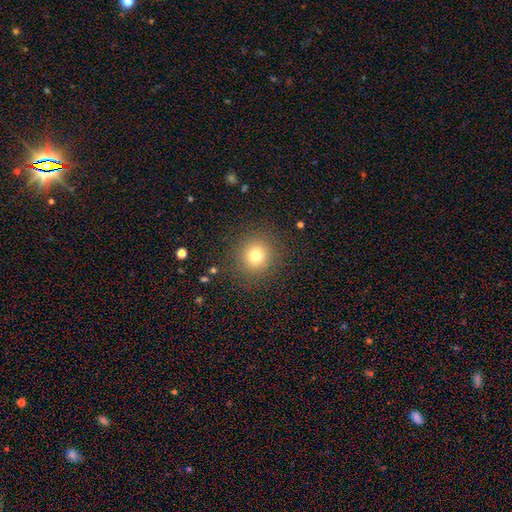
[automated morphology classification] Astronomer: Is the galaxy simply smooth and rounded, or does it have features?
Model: smooth — 75%.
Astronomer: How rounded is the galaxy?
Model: round — 92%.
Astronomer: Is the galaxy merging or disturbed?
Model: none — 88%.